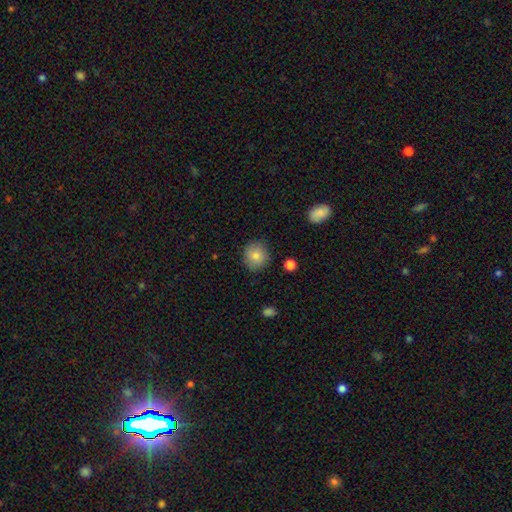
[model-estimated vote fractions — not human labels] Overall: smooth (81%). How rounded: round (88%). Merging: none (86%).